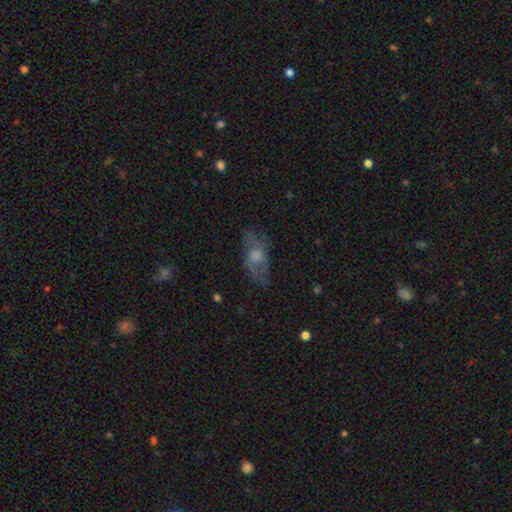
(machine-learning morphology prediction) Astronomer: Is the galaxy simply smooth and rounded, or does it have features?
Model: featured or disk — 52% (runner-up: smooth, 36%).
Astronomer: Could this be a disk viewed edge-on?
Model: no — 81%.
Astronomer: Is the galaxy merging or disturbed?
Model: none — 65%.